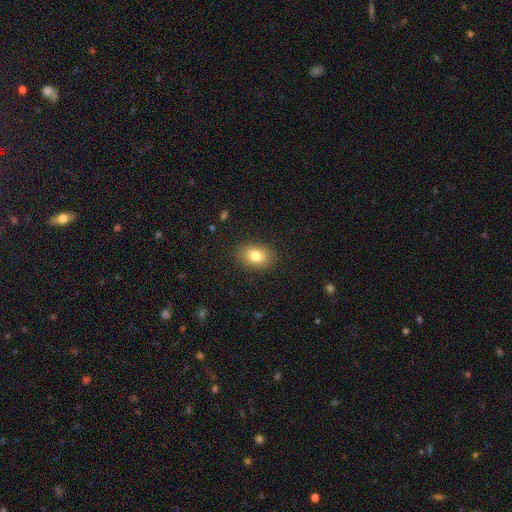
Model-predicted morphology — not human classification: Overall: smooth (81%). How rounded: in between (78%). Merging: none (87%).